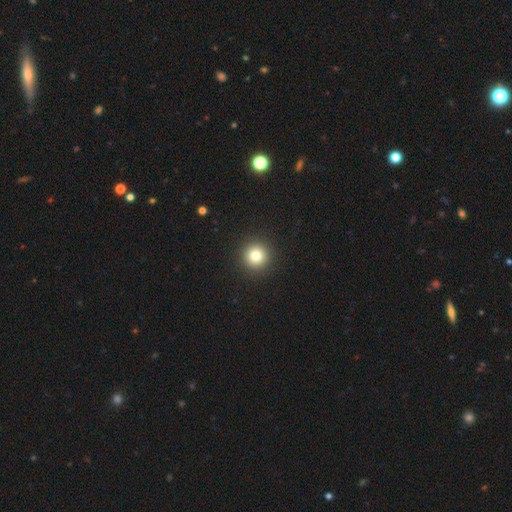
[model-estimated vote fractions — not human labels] smooth-or-featured: smooth: 80% | star or artifact: 13% | featured or disk: 7%
  how-rounded: round: 95% | in between: 4% | cigar-shaped: 1%
  merging: none: 93% | minor disturbance: 4% | major disturbance: 2% | merger: 1%